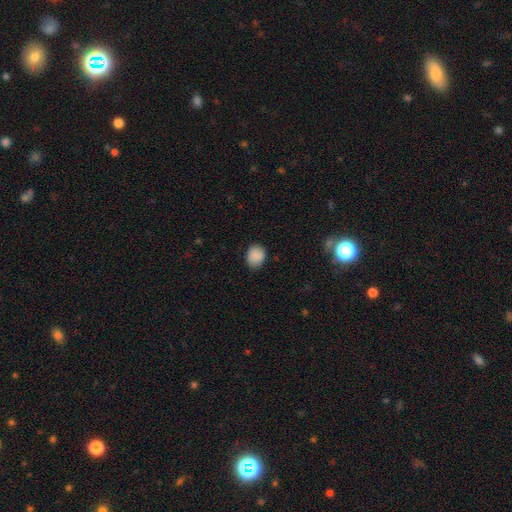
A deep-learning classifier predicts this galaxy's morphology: The model was most divided on "how rounded": round: 57%, in between: 42%, cigar-shaped: 1%. More confident: smooth or featured — smooth (87%); merging — none (80%).